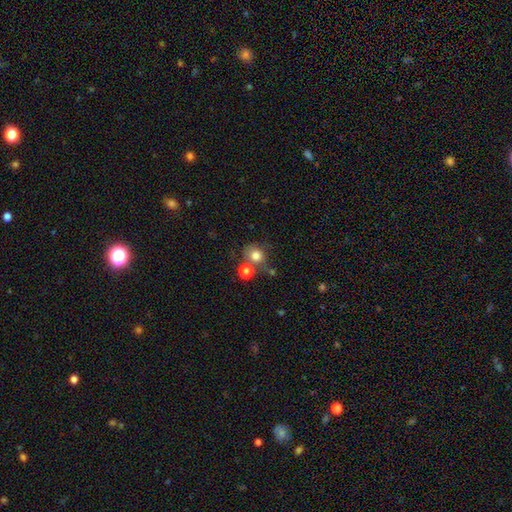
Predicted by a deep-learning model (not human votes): Overall: smooth (78%). How rounded: round (82%). Merging: none (53%; merger 24%).